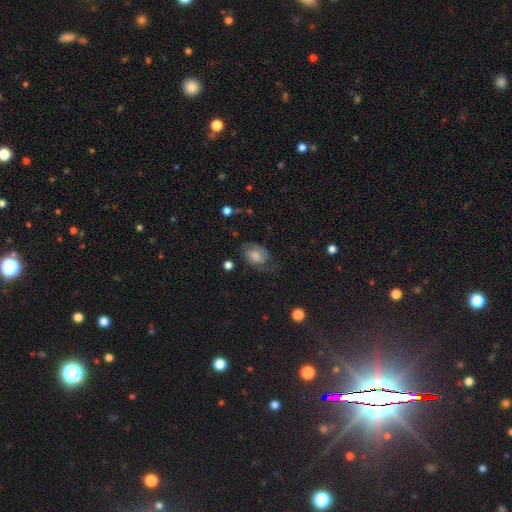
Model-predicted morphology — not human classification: Overall: featured or disk (56%; smooth 34%). Edge-on disk: no (96%). Bar: no (60%; weak 34%). Spiral arms: yes (86%). Bulge size: moderate (45%; small 22%). Merging: none (53%; minor disturbance 25%).